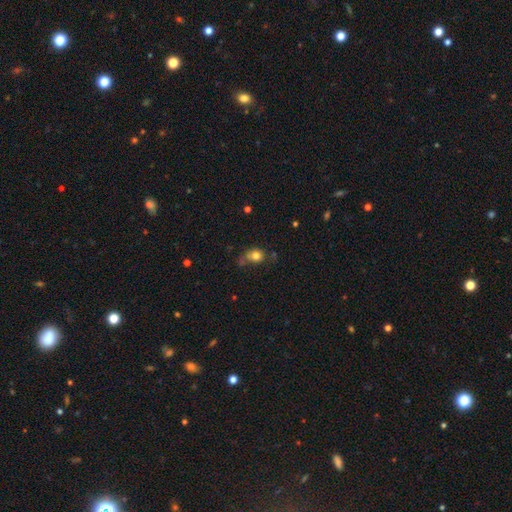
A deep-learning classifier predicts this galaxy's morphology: Smooth or featured? smooth (78%)
How rounded? round (68%)
Merging? none (52%)